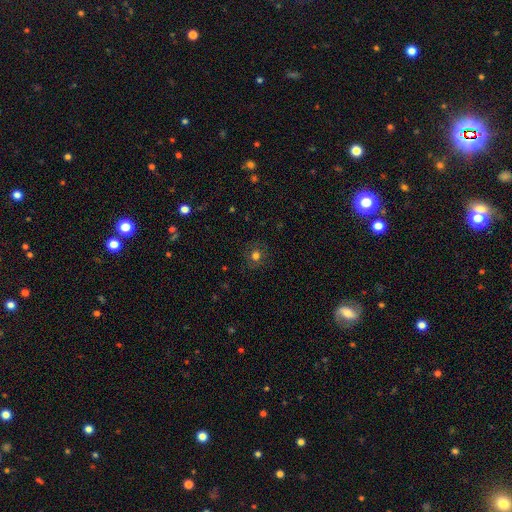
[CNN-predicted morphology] A smooth galaxy with no disk features (70%) that is round (85%).

Vote fractions:
- Smooth or featured? smooth: 70% / star or artifact: 18% / featured or disk: 12%
- How rounded? round: 85% / in between: 14% / cigar-shaped: 1%
- Merging? none: 85% / minor disturbance: 10% / major disturbance: 4% / merger: 1%